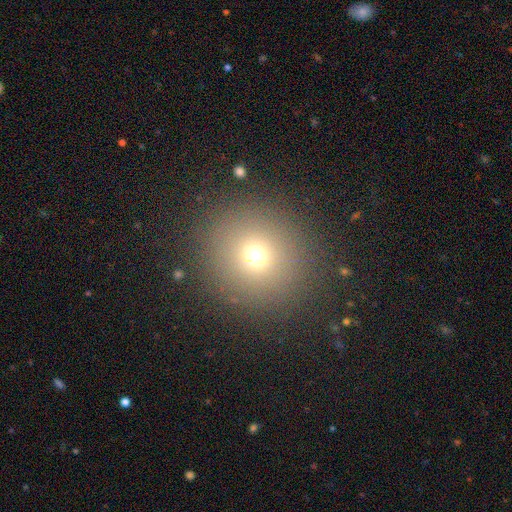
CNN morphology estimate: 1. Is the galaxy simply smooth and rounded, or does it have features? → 69% smooth, 21% star or artifact, 11% featured or disk.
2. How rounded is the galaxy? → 93% round, 6% in between, 1% cigar-shaped.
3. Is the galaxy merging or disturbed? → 88% none, 6% minor disturbance, 4% major disturbance, 2% merger.